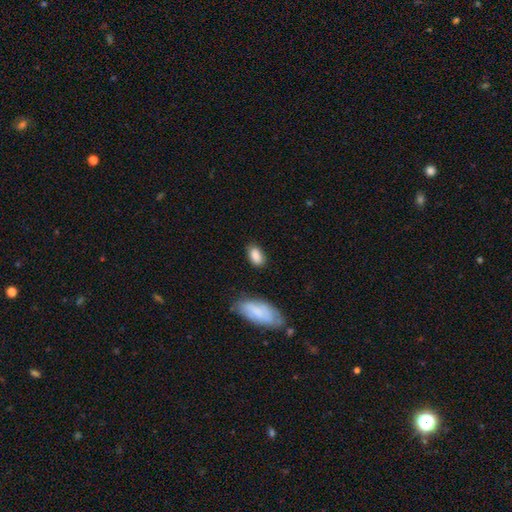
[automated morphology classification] The model was most divided on "merging": none: 74%, minor disturbance: 18%, major disturbance: 4%, merger: 4%. More confident: how rounded — in between (91%); smooth or featured — smooth (87%).